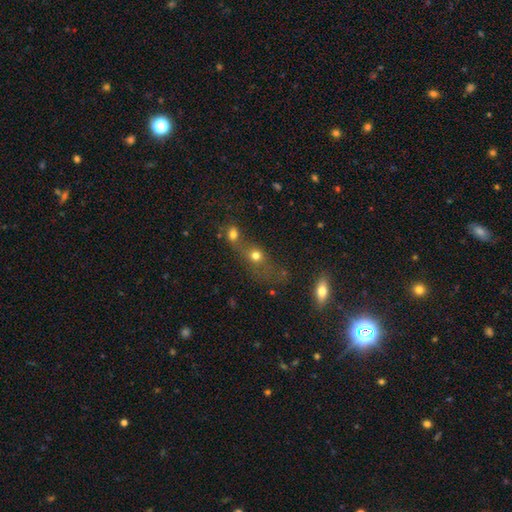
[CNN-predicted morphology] Overall: smooth (68%). How rounded: round (66%; in between 30%). Merging: merger (55%; none 29%).